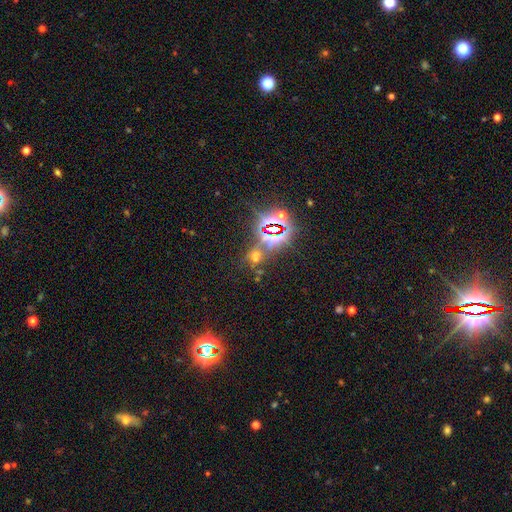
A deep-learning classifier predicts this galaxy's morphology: Smooth or featured: star or artifact — 70% (smooth — 21%)